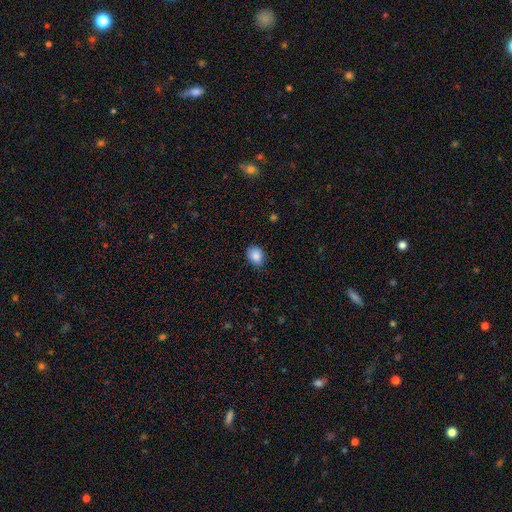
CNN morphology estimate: Smooth or featured?
  - smooth: 87% *
  - star or artifact: 8%
  - featured or disk: 4%
How rounded?
  - round: 50% *
  - in between: 49%
  - cigar-shaped: 1%
Merging?
  - none: 77% *
  - minor disturbance: 19%
  - major disturbance: 3%
  - merger: 1%